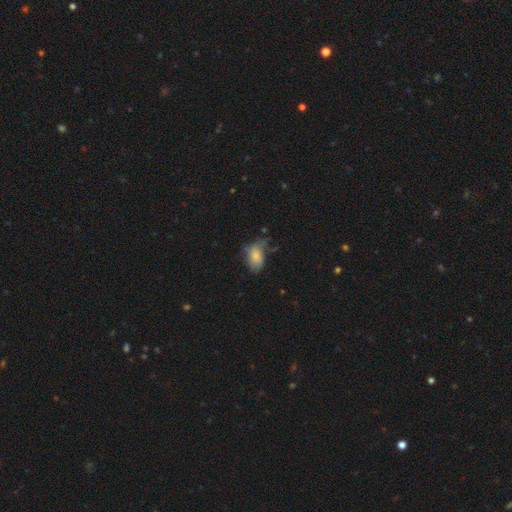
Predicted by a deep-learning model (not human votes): smooth_or_featured: smooth (p=0.75) [alt: featured or disk p=0.16]
how_rounded: in between (p=0.89) [alt: round p=0.09]
merging: none (p=0.38) [alt: minor disturbance p=0.34]